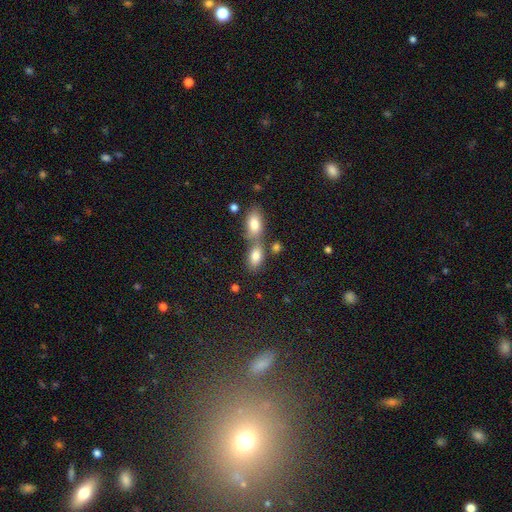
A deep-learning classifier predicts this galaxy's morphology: A smooth galaxy with no disk features (81%) that is in between round and cigar-shaped (89%).

Vote fractions:
- Smooth or featured? smooth: 81% / featured or disk: 10% / star or artifact: 9%
- How rounded? in between: 89% / round: 7% / cigar-shaped: 4%
- Merging? merger: 44% / none: 42% / minor disturbance: 10% / major disturbance: 4%